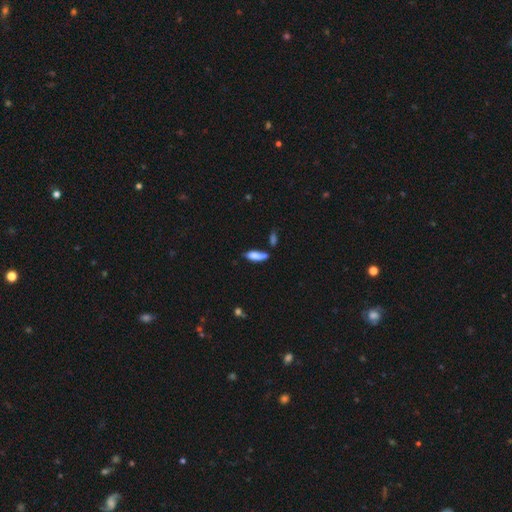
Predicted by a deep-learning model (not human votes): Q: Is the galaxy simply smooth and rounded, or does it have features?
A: smooth — 80%.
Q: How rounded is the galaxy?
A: in between — 51%.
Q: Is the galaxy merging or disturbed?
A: none — 49%.